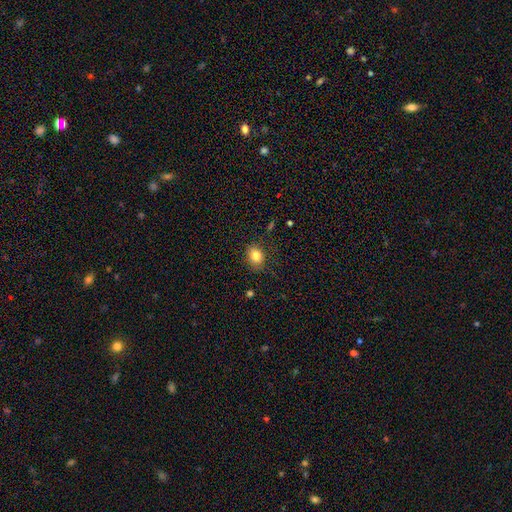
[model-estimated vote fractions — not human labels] smooth 82%, star or artifact 10%, featured or disk 7%. Down the decision tree: how rounded — round (52%); merging — none (83%).